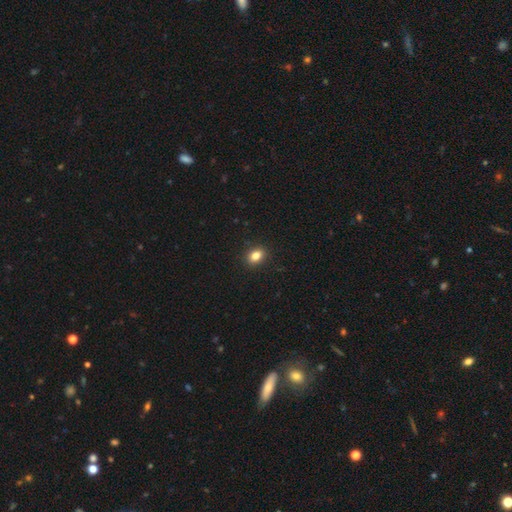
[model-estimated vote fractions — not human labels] This is clearly a smooth galaxy (83%). How rounded: likely in between (69%). Merging: clearly none (90%).